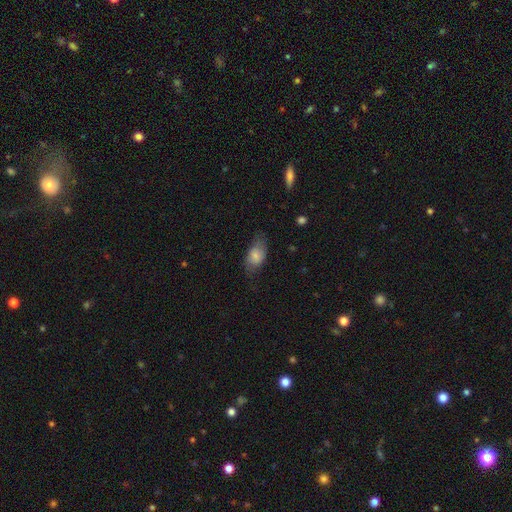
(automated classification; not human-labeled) A smooth galaxy with no disk features (68%) that is in between round and cigar-shaped (88%). Merging: none (61%).